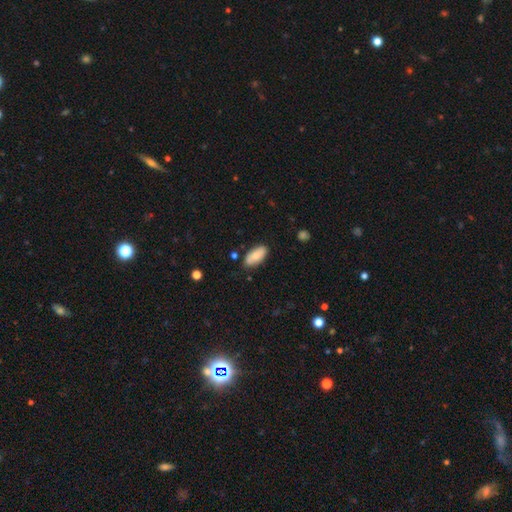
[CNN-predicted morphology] This appears to be a smooth galaxy with no disk features (78%) that is in between round and cigar-shaped (91%). Merging: none (81%).